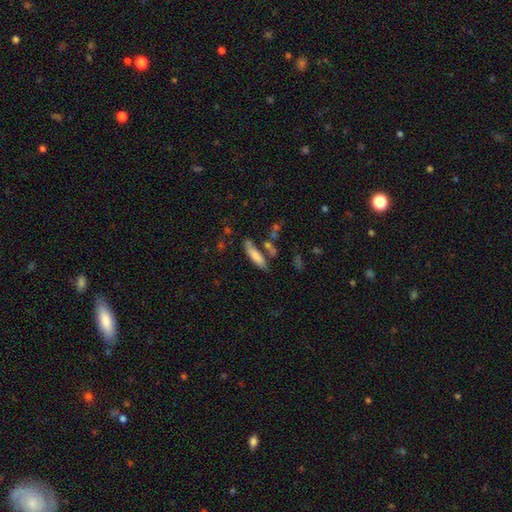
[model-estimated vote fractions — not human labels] This appears to be a smooth galaxy with no disk features (77%) that is cigar-shaped (69%). Merging: none (66%).